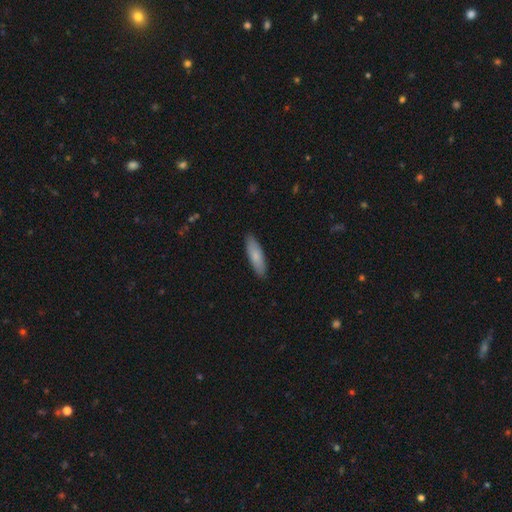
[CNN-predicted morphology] Overall: smooth (79%). How rounded: cigar-shaped (58%; in between 40%). Merging: none (89%).